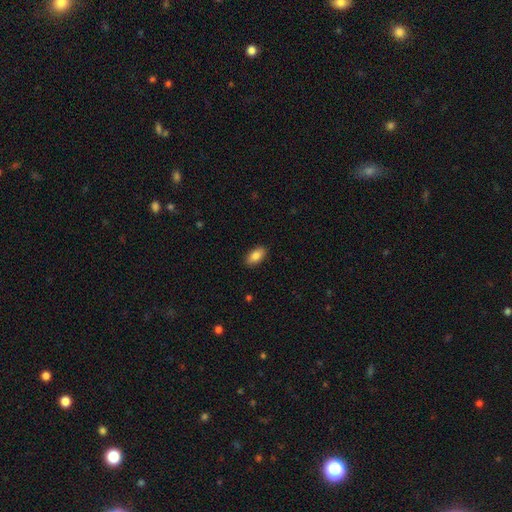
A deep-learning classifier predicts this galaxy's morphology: smooth-or-featured: smooth: 85% | featured or disk: 8% | star or artifact: 7%
  how-rounded: in between: 92% | cigar-shaped: 4% | round: 4%
  merging: none: 89% | minor disturbance: 8% | major disturbance: 2% | merger: 1%